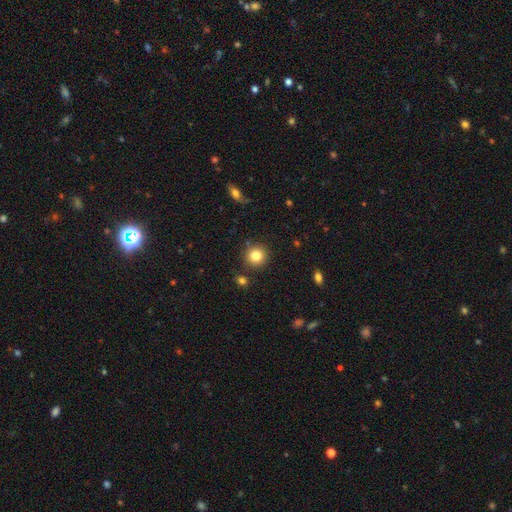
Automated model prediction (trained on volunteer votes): This is clearly a smooth galaxy (83%). How rounded: clearly round (92%). Merging: clearly none (88%).